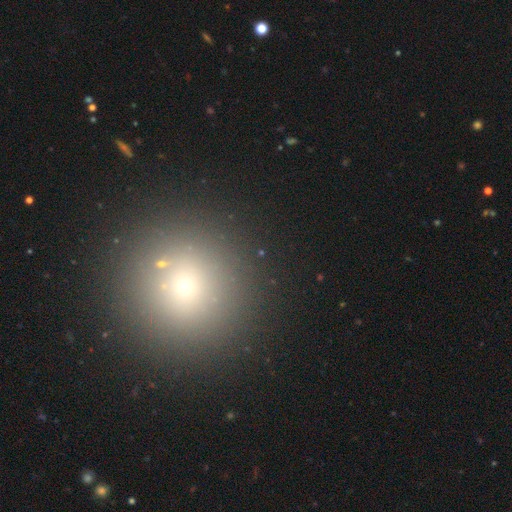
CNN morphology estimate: Smooth or featured? smooth (66%)
How rounded? round (94%)
Merging? none (86%)